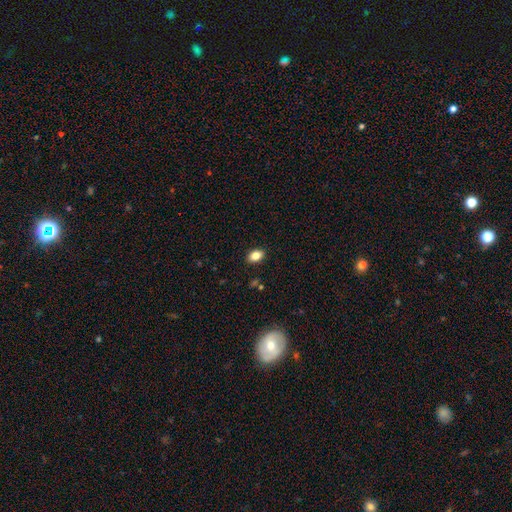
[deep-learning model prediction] Smooth or featured: smooth — 83% (star or artifact — 10%)
How rounded: in between — 84% (round — 14%)
Merging: none — 89% (minor disturbance — 8%)